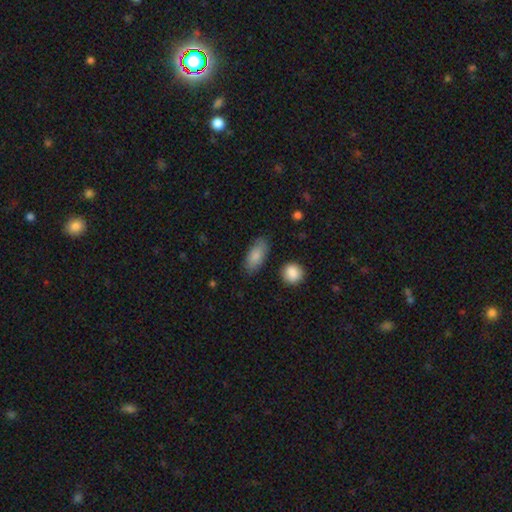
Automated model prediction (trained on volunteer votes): This appears to be a smooth galaxy with no disk features (85%) that is in between round and cigar-shaped (88%). Merging: none (80%).